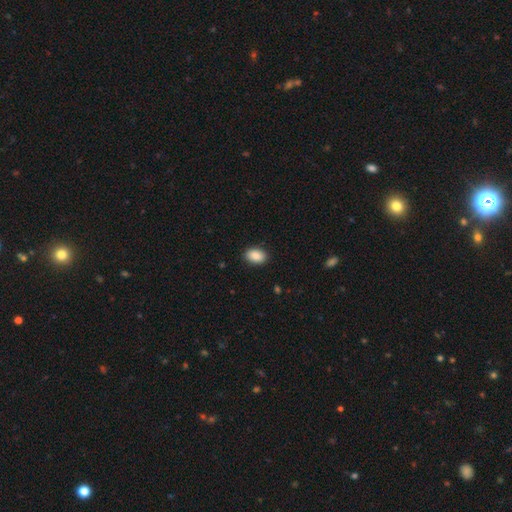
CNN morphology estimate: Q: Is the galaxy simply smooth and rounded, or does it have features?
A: smooth — 88%.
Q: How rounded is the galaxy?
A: in between — 87%.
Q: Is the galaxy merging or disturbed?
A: none — 89%.